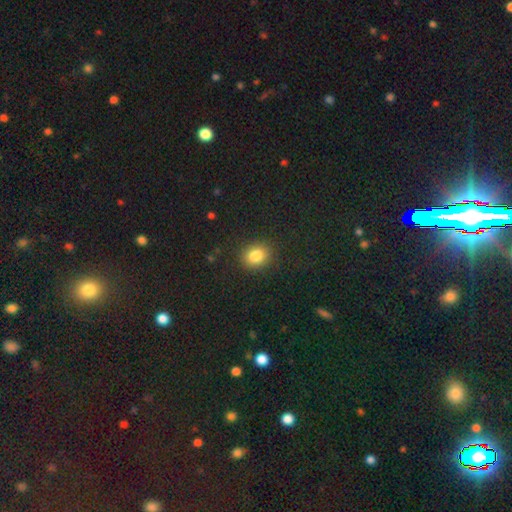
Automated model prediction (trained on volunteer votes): Smooth or featured: smooth — 83% (star or artifact — 11%)
How rounded: round — 64% (in between — 35%)
Merging: none — 87% (minor disturbance — 9%)